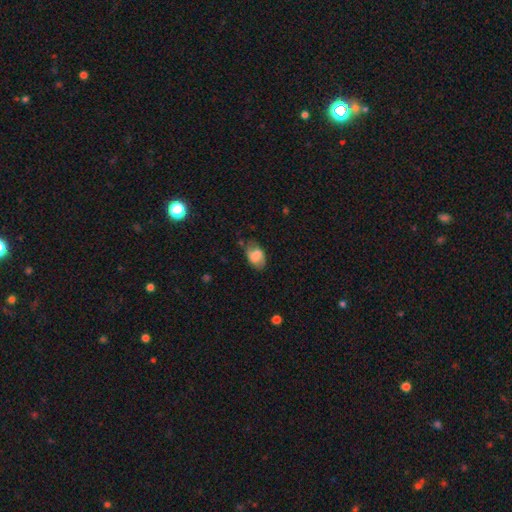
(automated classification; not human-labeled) smooth 59%, featured or disk 32%, star or artifact 9%. Down the decision tree: how rounded — in between (86%); merging — none (58%).